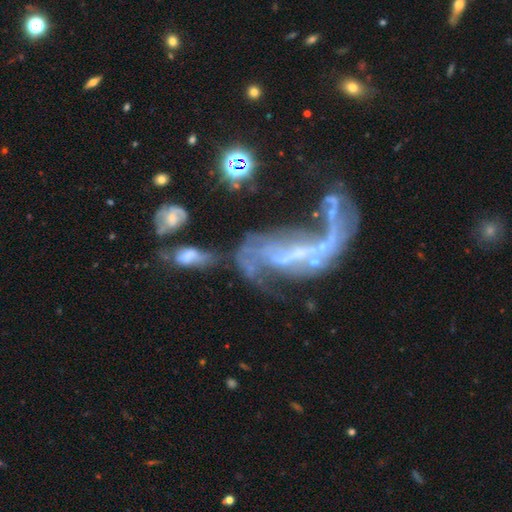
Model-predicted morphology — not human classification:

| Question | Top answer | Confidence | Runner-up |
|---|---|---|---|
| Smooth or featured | featured or disk | 74% | star or artifact (14%) |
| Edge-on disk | no | 94% | yes (6%) |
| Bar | no | 37% | weak (33%) |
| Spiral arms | yes | 60% | no (40%) |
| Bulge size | none | 49% | small (32%) |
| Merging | merger | 35% | tied: major disturbance (35%) |